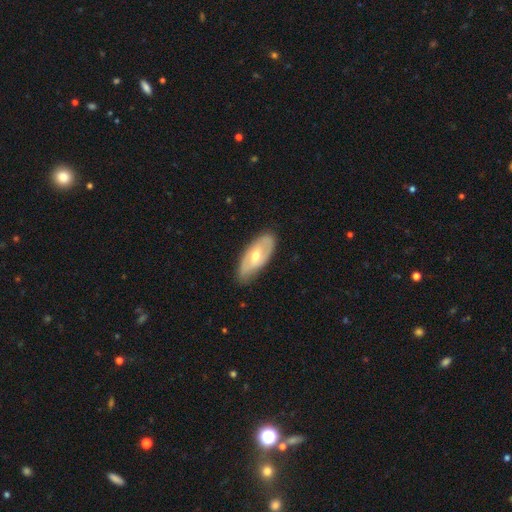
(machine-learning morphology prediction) Smooth or featured?
  - featured or disk: 60% *
  - smooth: 35%
  - star or artifact: 5%
Edge-on disk?
  - no: 84% *
  - yes: 16%
Bar?
  - no: 48% *
  - weak: 36%
  - strong: 15%
Spiral arms?
  - yes: 53% *
  - no: 47%
Bulge size?
  - moderate: 65% *
  - small: 30%
  - large: 3%
  - none: 1%
  - dominant: 1%
Merging?
  - none: 77% *
  - minor disturbance: 18%
  - major disturbance: 3%
  - merger: 1%